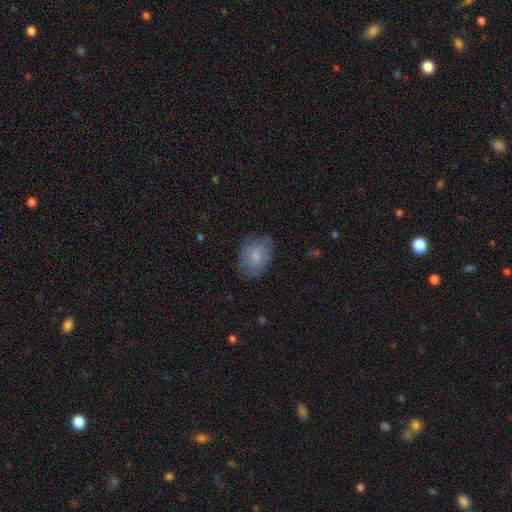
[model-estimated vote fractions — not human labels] Smooth or featured? Predicted: smooth (p=0.70). How rounded? Predicted: in between (p=0.77). Merging? Predicted: none (p=0.70).